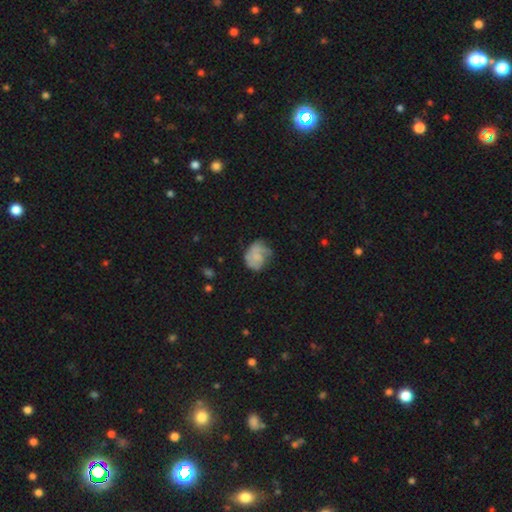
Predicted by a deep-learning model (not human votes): featured or disk 49%, smooth 42%, star or artifact 9%. Down the decision tree: merging — none (50%).